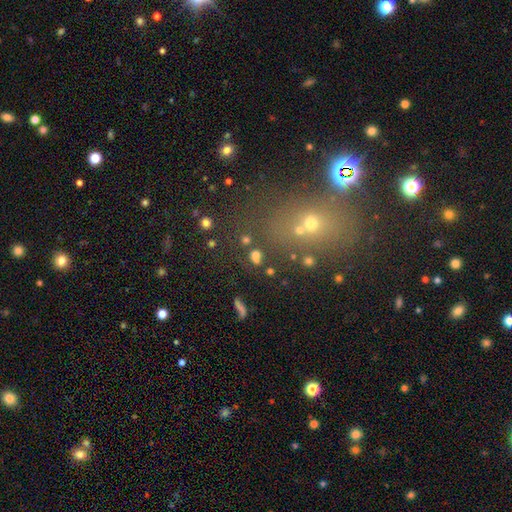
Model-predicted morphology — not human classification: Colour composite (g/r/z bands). It shows a smooth galaxy with no disk features (69%) that is round (60%). Merging: none (67%).